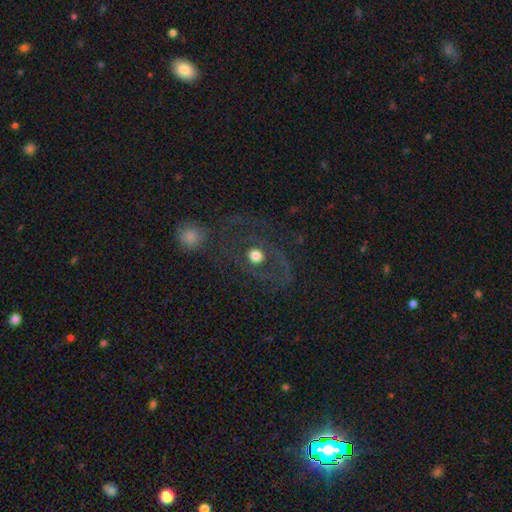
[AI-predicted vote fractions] Smooth or featured? featured or disk (45%)
Merging? none (72%)